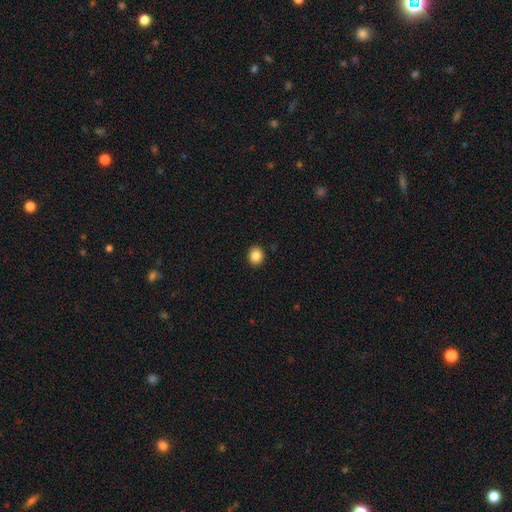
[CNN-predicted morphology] This appears to be a smooth galaxy with no disk features (86%) that is round (74%). Merging: none (92%).